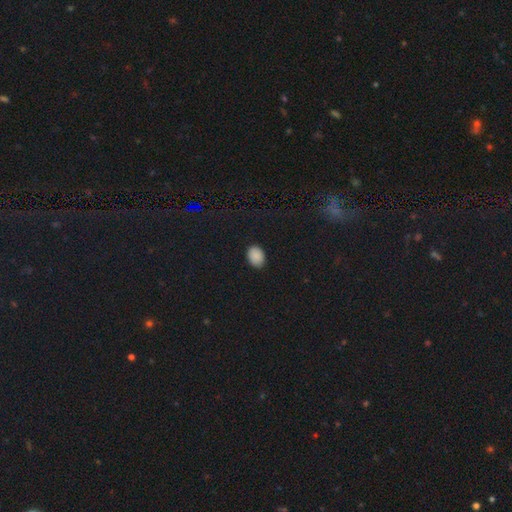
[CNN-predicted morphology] Smooth or featured?
  - smooth: 87% *
  - star or artifact: 10%
  - featured or disk: 3%
How rounded?
  - in between: 74% *
  - round: 25%
  - cigar-shaped: 1%
Merging?
  - none: 87% *
  - minor disturbance: 10%
  - major disturbance: 2%
  - merger: 1%